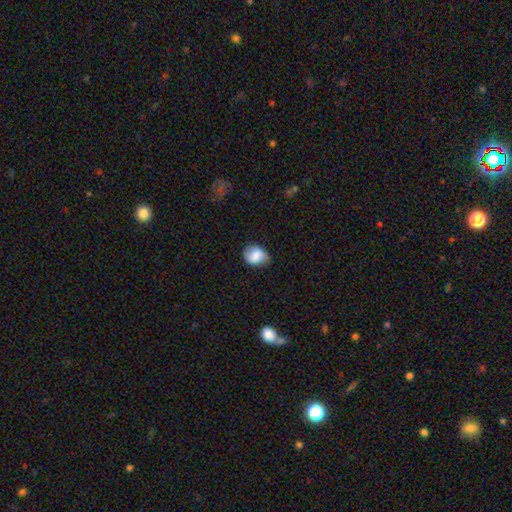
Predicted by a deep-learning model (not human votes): This appears to be a smooth galaxy with no disk features (75%) that is in between round and cigar-shaped (57%). Merging: none (66%).